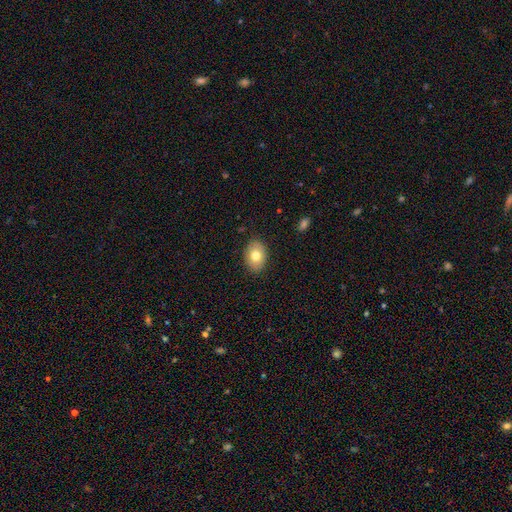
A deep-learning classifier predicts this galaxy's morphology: smooth_or_featured: smooth (p=0.77) [alt: featured or disk p=0.16]
how_rounded: in between (p=0.76) [alt: round p=0.24]
merging: none (p=0.88) [alt: minor disturbance p=0.09]